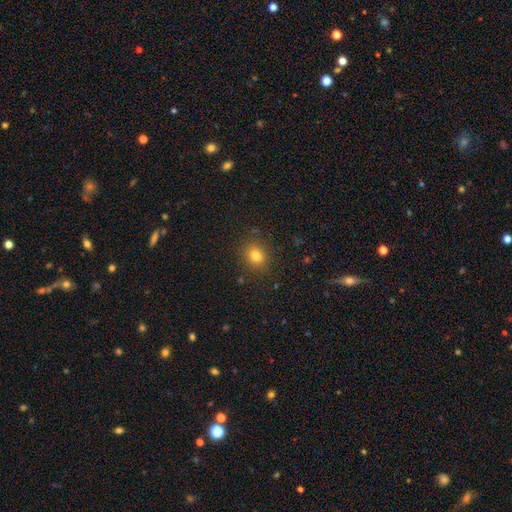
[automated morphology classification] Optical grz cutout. It shows a smooth galaxy with no disk features (80%) that is round (64%). Merging: none (87%).